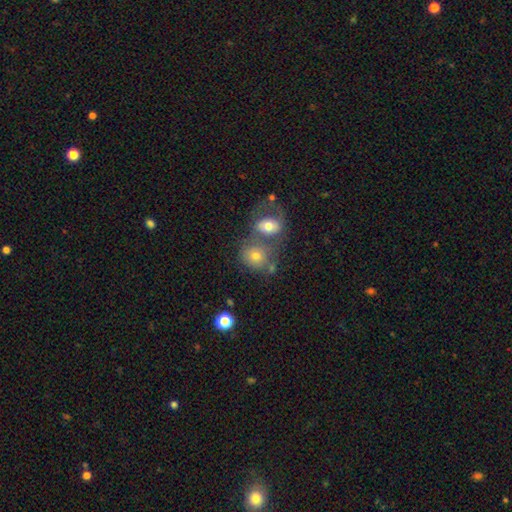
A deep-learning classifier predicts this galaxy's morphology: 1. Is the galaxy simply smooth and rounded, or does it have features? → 67% smooth, 21% featured or disk, 12% star or artifact.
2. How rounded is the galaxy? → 66% round, 33% in between, 1% cigar-shaped.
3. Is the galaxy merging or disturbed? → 46% merger, 37% none, 10% minor disturbance, 7% major disturbance.